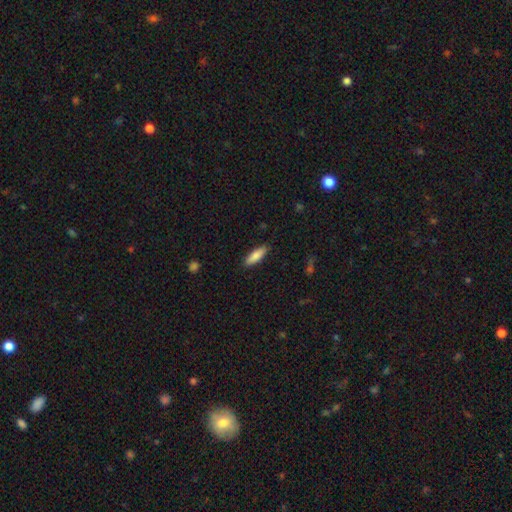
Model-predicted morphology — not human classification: This appears to be a smooth galaxy with no disk features (83%) that is cigar-shaped (49%, tied with in between). Merging: none (88%).